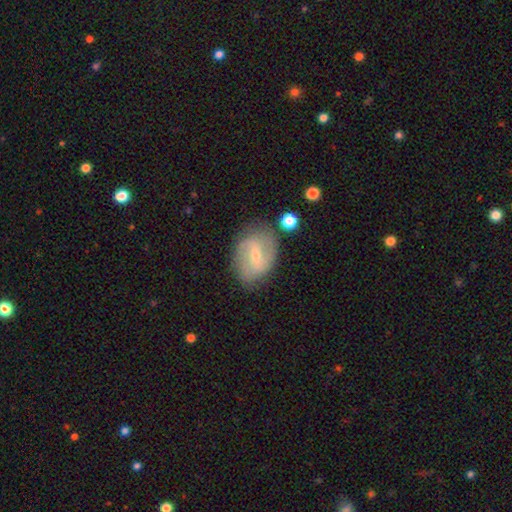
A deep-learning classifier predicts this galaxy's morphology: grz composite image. It shows a featured or disk galaxy (71%) with a weak bar (46%), 2 (82%) medium (40%) spiral arms (83%) and a small central bulge (69%). Merging: none (76%).